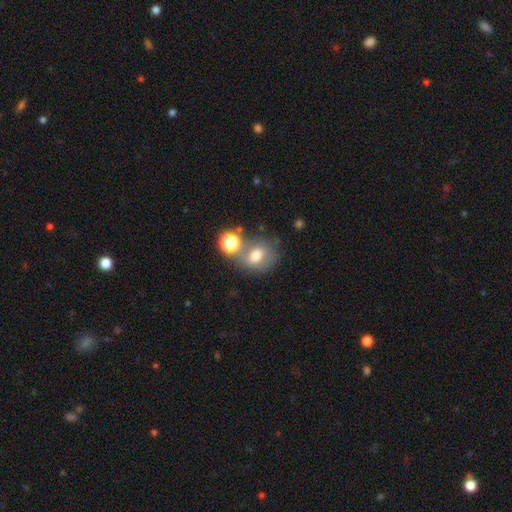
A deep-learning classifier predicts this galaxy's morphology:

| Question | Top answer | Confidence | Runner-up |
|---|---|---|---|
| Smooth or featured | smooth | 64% | featured or disk (22%) |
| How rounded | in between | 51% | round (48%) |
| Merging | none | 47% | merger (27%) |